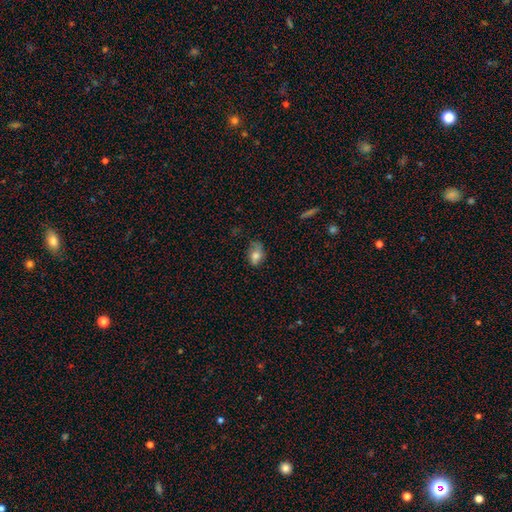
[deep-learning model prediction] smooth 77%, featured or disk 14%, star or artifact 9%. Down the decision tree: how rounded — in between (81%); merging — none (56%).